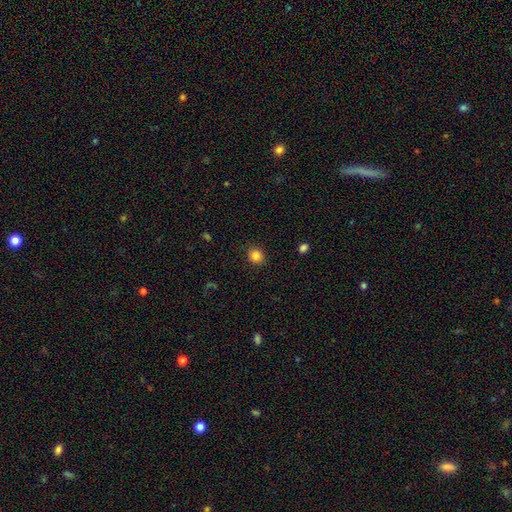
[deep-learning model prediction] Smooth or featured?
  - smooth: 86% *
  - star or artifact: 11%
  - featured or disk: 4%
How rounded?
  - round: 77% *
  - in between: 22%
  - cigar-shaped: 1%
Merging?
  - none: 88% *
  - minor disturbance: 8%
  - major disturbance: 2%
  - merger: 1%